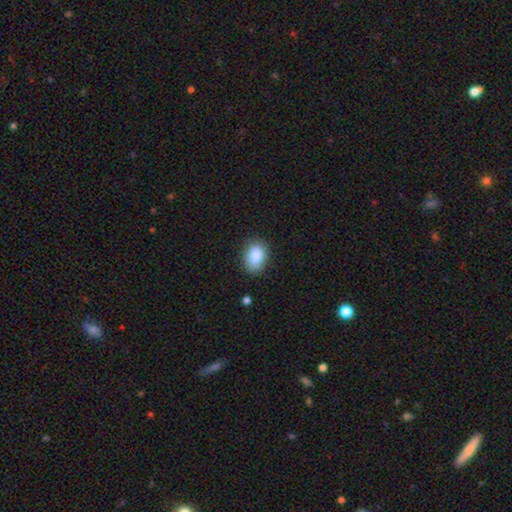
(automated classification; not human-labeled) Smooth or featured? Predicted: smooth (p=0.88). How rounded? Predicted: in between (p=0.78). Merging? Predicted: none (p=0.82).